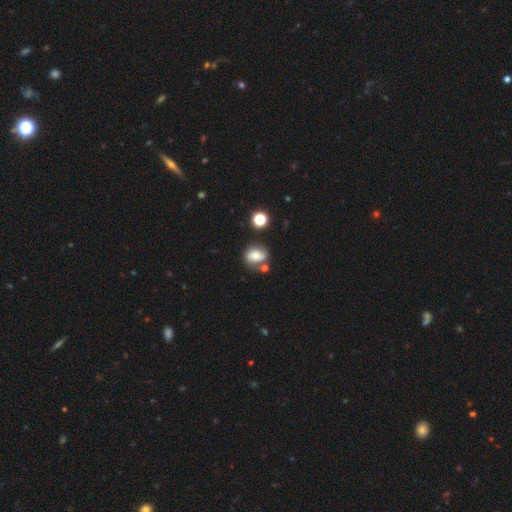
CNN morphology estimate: Smooth or featured?
  - smooth: 62% *
  - featured or disk: 26%
  - star or artifact: 12%
How rounded?
  - in between: 51% *
  - round: 48%
  - cigar-shaped: 2%
Merging?
  - none: 62% *
  - merger: 17%
  - minor disturbance: 16%
  - major disturbance: 5%